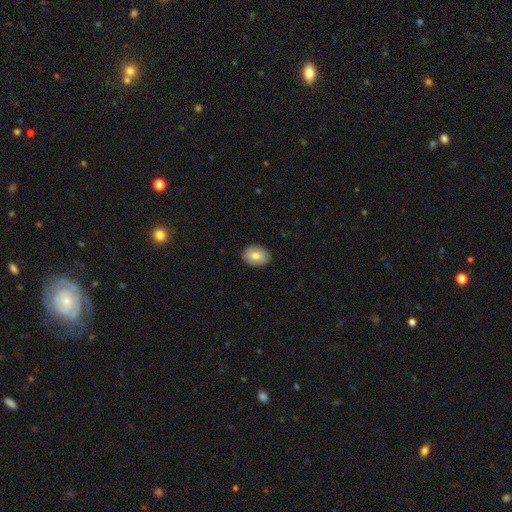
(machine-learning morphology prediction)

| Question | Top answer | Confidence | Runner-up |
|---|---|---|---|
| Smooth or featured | smooth | 77% | featured or disk (16%) |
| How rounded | in between | 72% | round (27%) |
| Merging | none | 88% | minor disturbance (9%) |